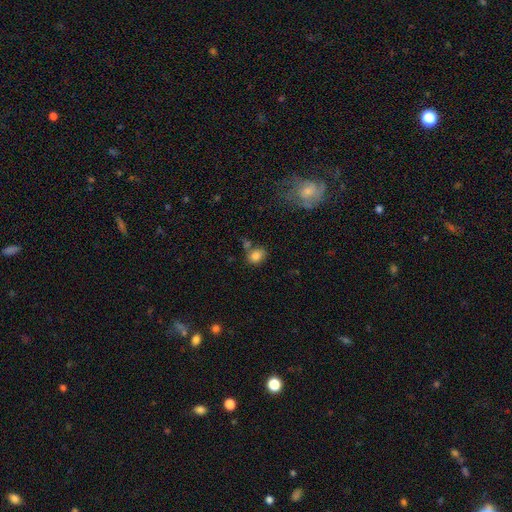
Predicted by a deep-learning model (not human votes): Smooth or featured? Predicted: smooth (p=0.84). How rounded? Predicted: in between (p=0.59). Merging? Predicted: none (p=0.63).